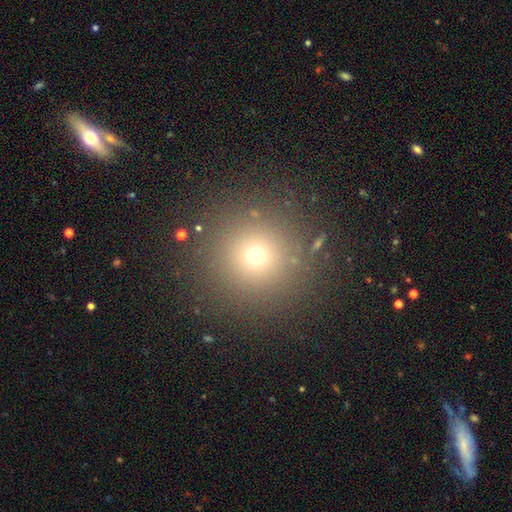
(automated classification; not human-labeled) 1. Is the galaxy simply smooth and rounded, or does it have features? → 67% smooth, 24% star or artifact, 9% featured or disk.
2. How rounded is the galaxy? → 95% round, 4% in between, 1% cigar-shaped.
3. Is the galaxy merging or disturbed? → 88% none, 6% minor disturbance, 4% major disturbance, 2% merger.